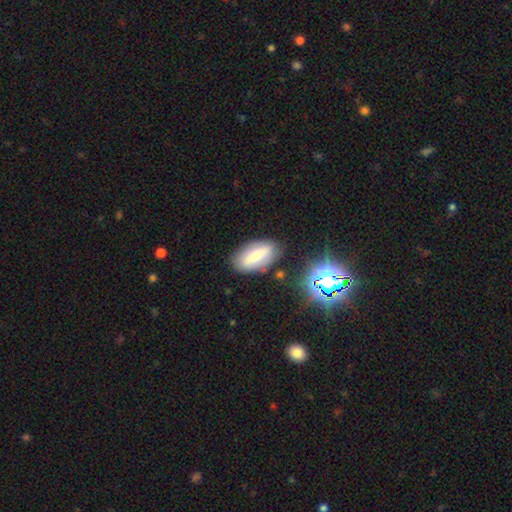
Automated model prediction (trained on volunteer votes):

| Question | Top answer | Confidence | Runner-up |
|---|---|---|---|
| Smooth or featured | smooth | 54% | featured or disk (37%) |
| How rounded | in between | 86% | cigar-shaped (11%) |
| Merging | none | 81% | minor disturbance (12%) |